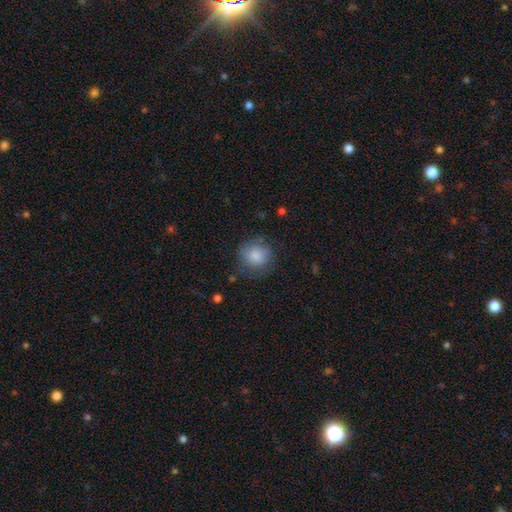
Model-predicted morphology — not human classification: Smooth or featured: smooth — 79% (featured or disk — 14%)
How rounded: round — 86% (in between — 13%)
Merging: none — 68% (minor disturbance — 21%)